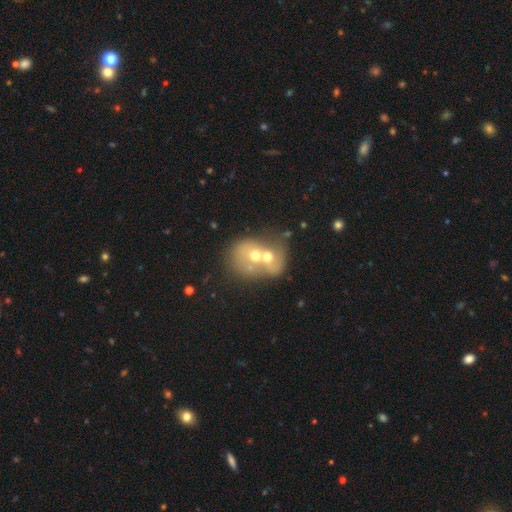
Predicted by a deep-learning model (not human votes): Morphology: type=smooth (47%); merging=merger (80%).